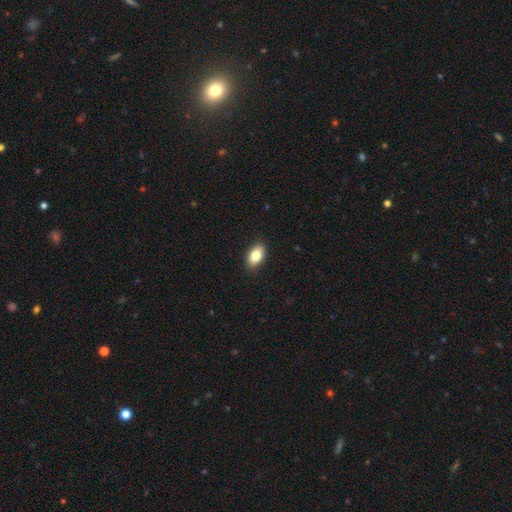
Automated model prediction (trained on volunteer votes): smooth_or_featured: smooth (p=0.83) [alt: featured or disk p=0.10]
how_rounded: in between (p=0.91) [alt: round p=0.06]
merging: none (p=0.89) [alt: minor disturbance p=0.09]